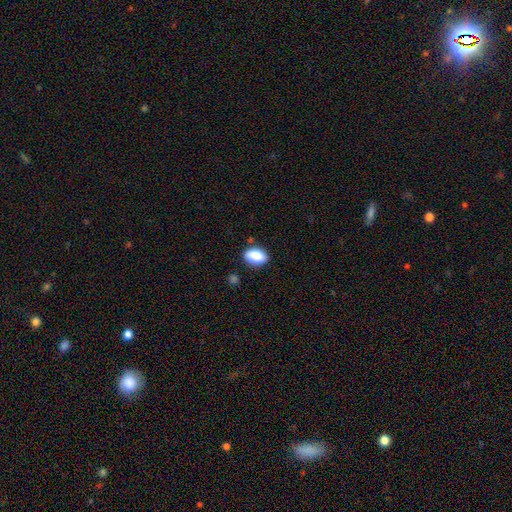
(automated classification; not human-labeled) Morphology: type=smooth (87%); roundness=in between (89%); merging=none (81%).